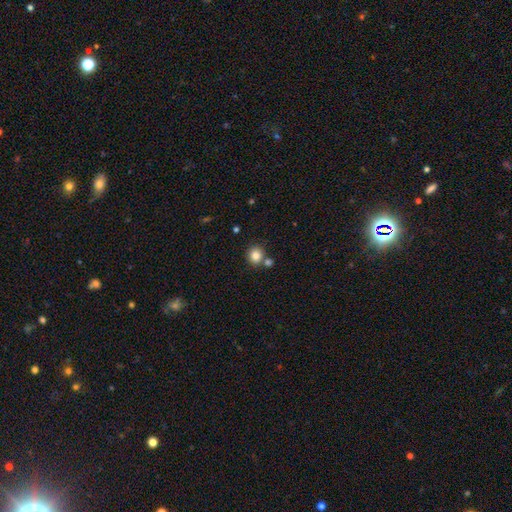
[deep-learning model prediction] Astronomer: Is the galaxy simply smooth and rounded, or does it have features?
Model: smooth — 83%.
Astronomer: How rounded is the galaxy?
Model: round — 88%.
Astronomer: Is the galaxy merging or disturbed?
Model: none — 70%.